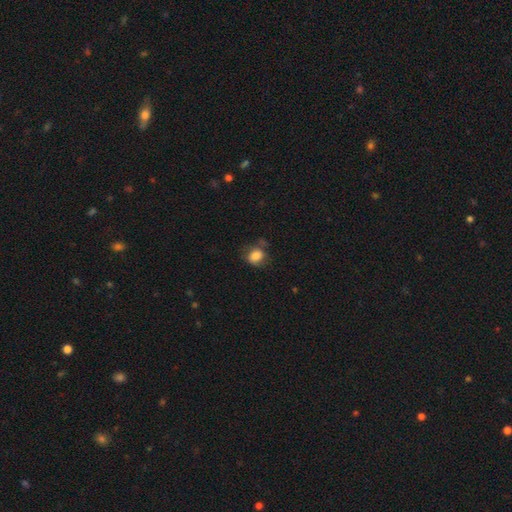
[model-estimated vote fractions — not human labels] This is clearly a smooth galaxy (81%). How rounded: possibly in between (53%). Merging: possibly none (52%).